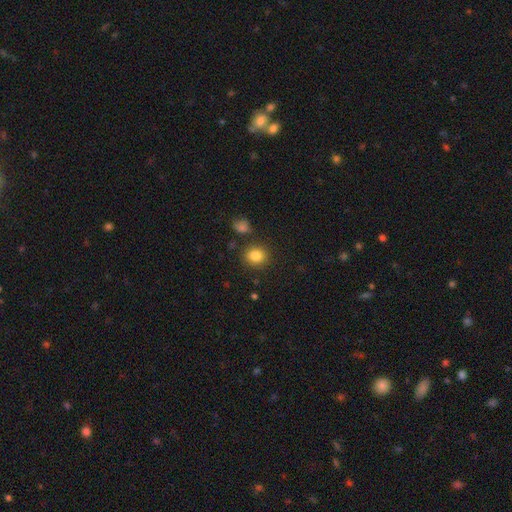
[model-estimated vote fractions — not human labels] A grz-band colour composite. It shows a smooth galaxy with no disk features (84%) that is round (81%). Merging: none (85%).